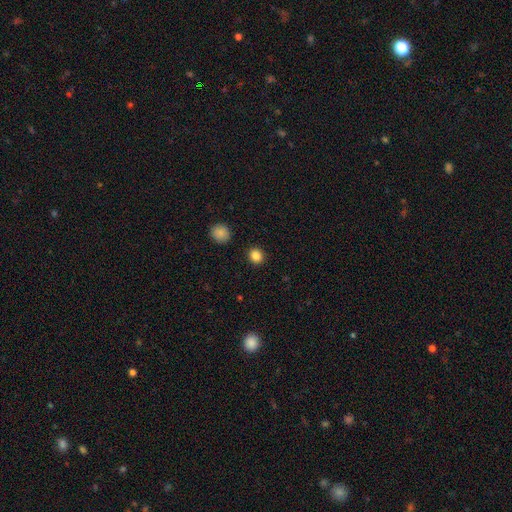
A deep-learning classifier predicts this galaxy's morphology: type=smooth (86%); roundness=round (85%); merging=none (92%).